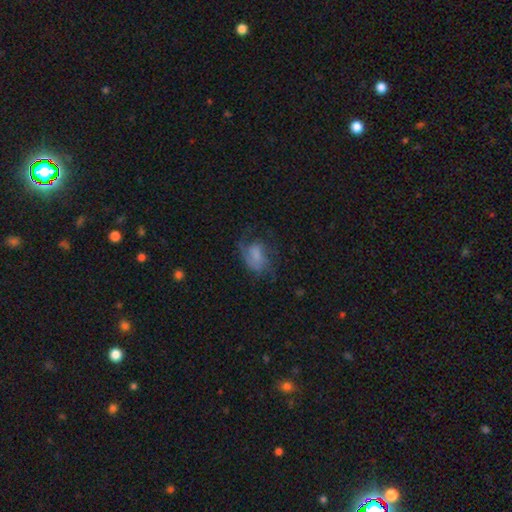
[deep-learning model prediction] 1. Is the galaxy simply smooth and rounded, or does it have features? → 56% featured or disk, 34% smooth, 10% star or artifact.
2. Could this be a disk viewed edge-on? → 97% no, 3% yes.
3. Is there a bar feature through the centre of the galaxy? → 55% no, 37% weak, 8% strong.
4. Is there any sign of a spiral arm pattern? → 82% yes, 18% no.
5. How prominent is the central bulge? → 35% none, 26% small, 24% moderate, 13% large, 3% dominant.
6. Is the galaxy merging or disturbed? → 44% none, 32% major disturbance, 22% minor disturbance, 2% merger.